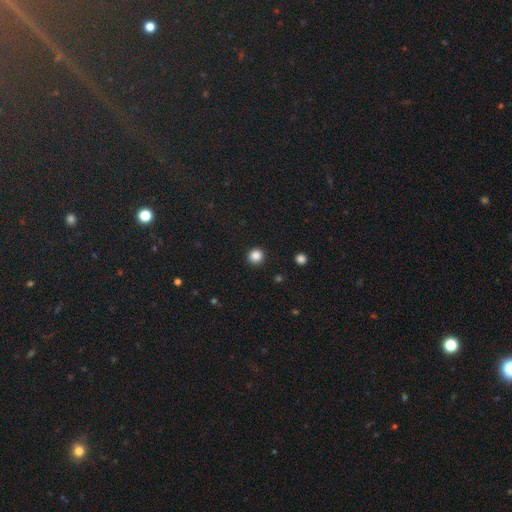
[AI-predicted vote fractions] This appears to be a smooth galaxy with no disk features (86%) that is round (93%). Merging: none (92%).